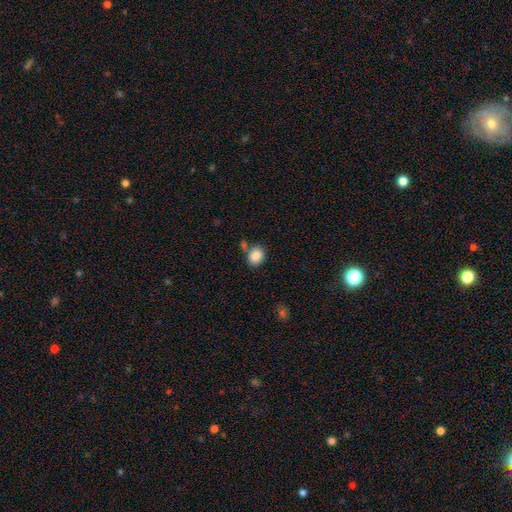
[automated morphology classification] The model was most divided on "how rounded": in between: 52%, round: 47%, cigar-shaped: 1%. More confident: smooth or featured — smooth (86%); merging — none (68%).